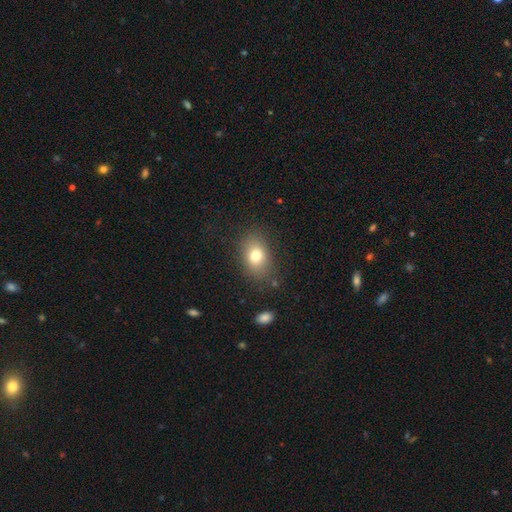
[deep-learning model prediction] A smooth galaxy with no disk features (78%) that is in between round and cigar-shaped (79%). Merging: none (80%).